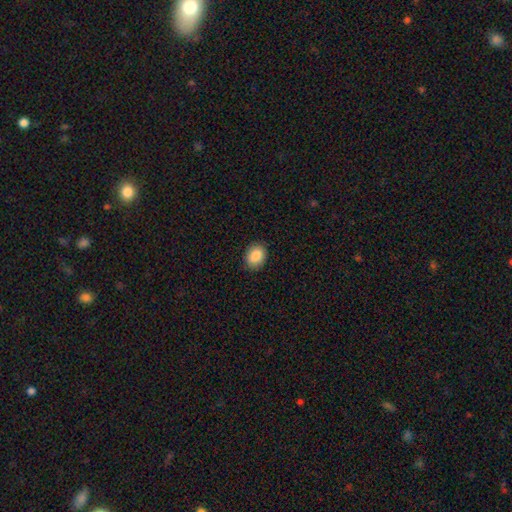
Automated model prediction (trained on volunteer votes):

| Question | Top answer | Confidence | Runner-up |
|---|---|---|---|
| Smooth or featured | smooth | 86% | star or artifact (8%) |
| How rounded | in between | 63% | round (36%) |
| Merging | none | 89% | minor disturbance (8%) |